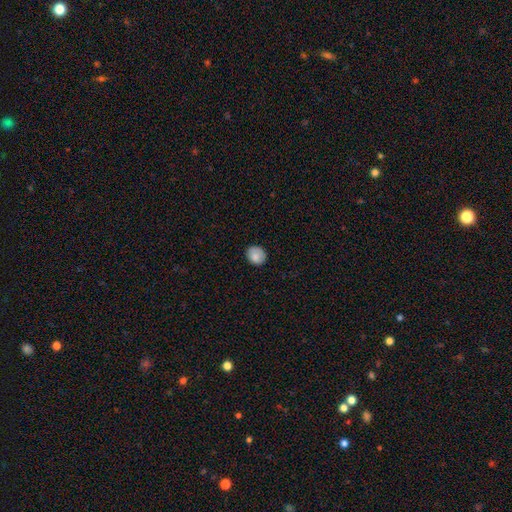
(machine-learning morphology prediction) Smooth or featured?
  - smooth: 82% *
  - featured or disk: 10%
  - star or artifact: 8%
How rounded?
  - round: 69% *
  - in between: 30%
  - cigar-shaped: 1%
Merging?
  - none: 81% *
  - minor disturbance: 15%
  - major disturbance: 3%
  - merger: 1%